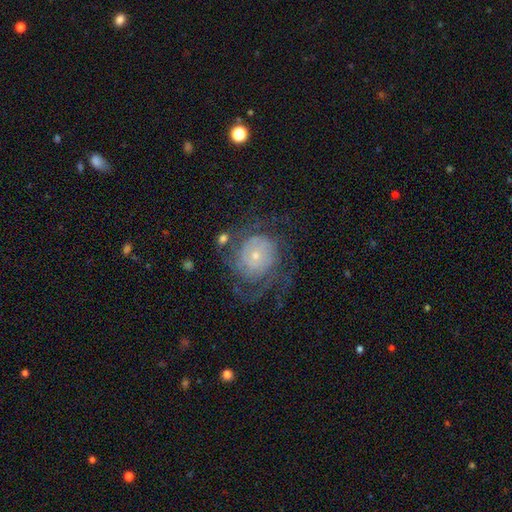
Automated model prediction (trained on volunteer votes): Q: Smooth or featured?
A: featured or disk (75%); runner-up: smooth (17%)
Q: Edge-on disk?
A: no (97%); runner-up: yes (3%)
Q: Bar?
A: no (80%); runner-up: weak (17%)
Q: Spiral arms?
A: yes (88%); runner-up: no (12%)
Q: Spiral winding?
A: tight (58%); runner-up: medium (29%)
Q: Spiral arm count?
A: can't tell (39%); runner-up: 2 (22%)
Q: Bulge size?
A: small (75%); runner-up: moderate (19%)
Q: Merging?
A: none (59%); runner-up: major disturbance (21%)